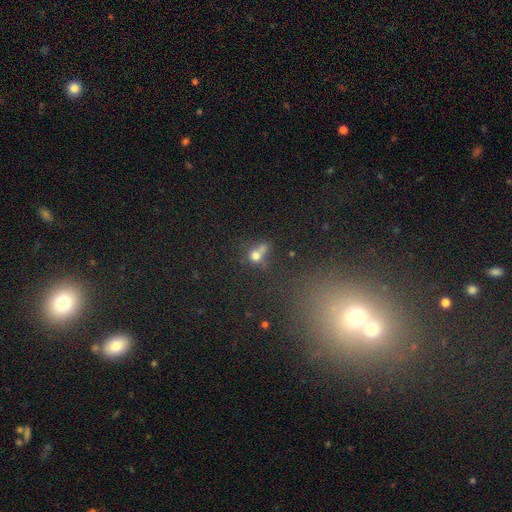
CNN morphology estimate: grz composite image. It shows a smooth galaxy with no disk features (65%) that is round (64%). Merging: merger (40%).